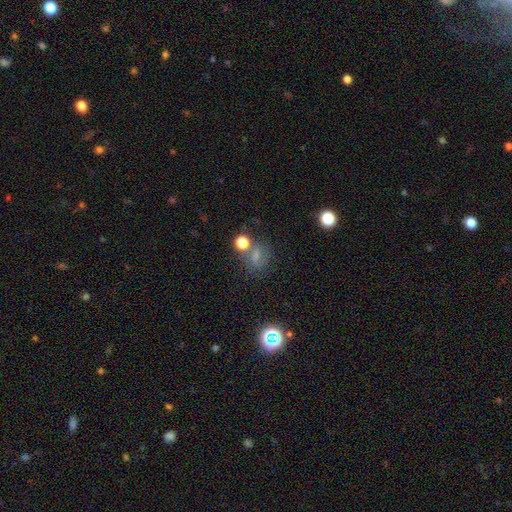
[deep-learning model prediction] Smooth or featured? smooth (55%)
How rounded? round (52%)
Merging? none (53%)